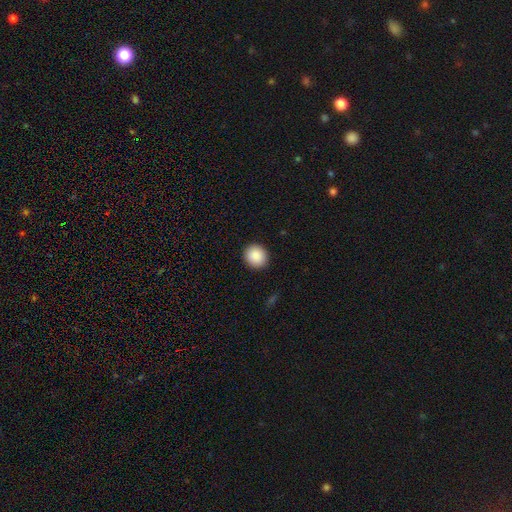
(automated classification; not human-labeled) This is clearly a smooth galaxy (89%). How rounded: clearly round (86%). Merging: clearly none (92%).